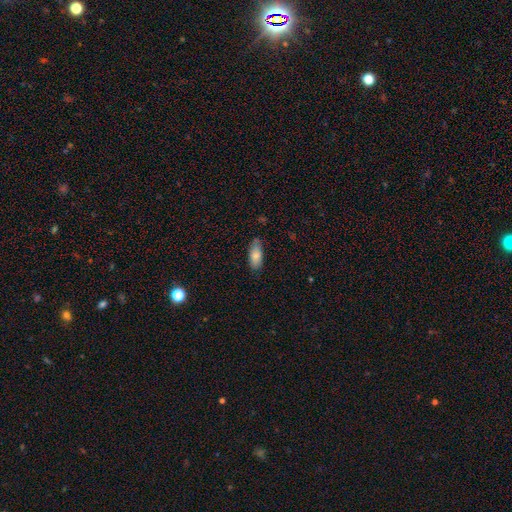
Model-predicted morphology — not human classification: smooth 82%, featured or disk 11%, star or artifact 7%. Down the decision tree: how rounded — in between (82%); merging — none (76%).